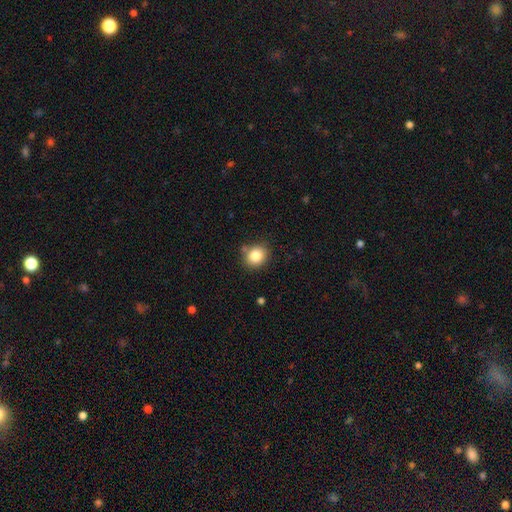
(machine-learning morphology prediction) Smooth or featured: smooth — 83% (star or artifact — 10%)
How rounded: round — 75% (in between — 25%)
Merging: none — 81% (minor disturbance — 12%)